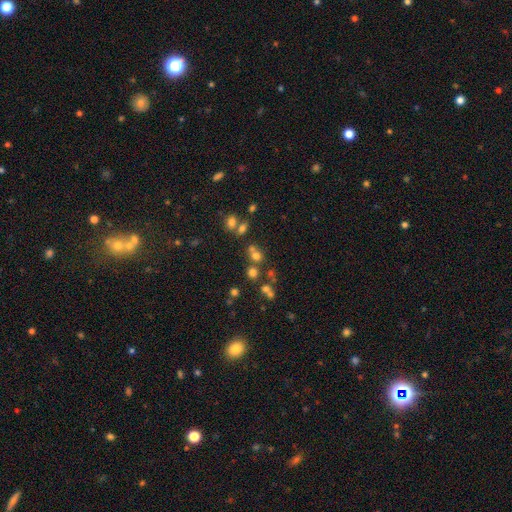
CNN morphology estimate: smooth 59%, star or artifact 26%, featured or disk 15%. Down the decision tree: how rounded — round (75%); merging — none (52%).